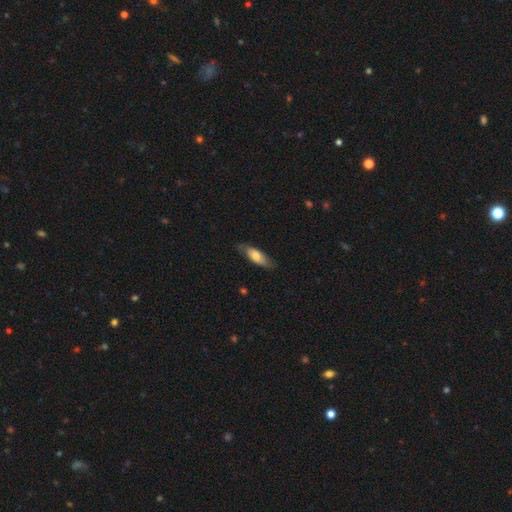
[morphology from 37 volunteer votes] Smooth or featured? 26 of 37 (70%) said smooth. How rounded? 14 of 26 (54%) said in between. Merging? 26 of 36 (72%) said none.